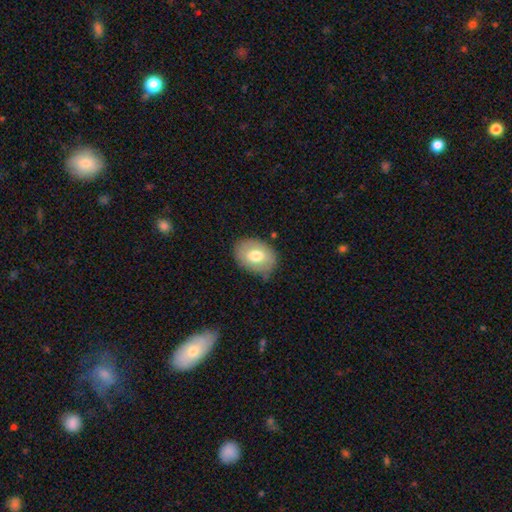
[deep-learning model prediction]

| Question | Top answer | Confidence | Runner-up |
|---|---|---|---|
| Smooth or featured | smooth | 70% | featured or disk (23%) |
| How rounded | in between | 72% | round (27%) |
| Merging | none | 76% | minor disturbance (18%) |